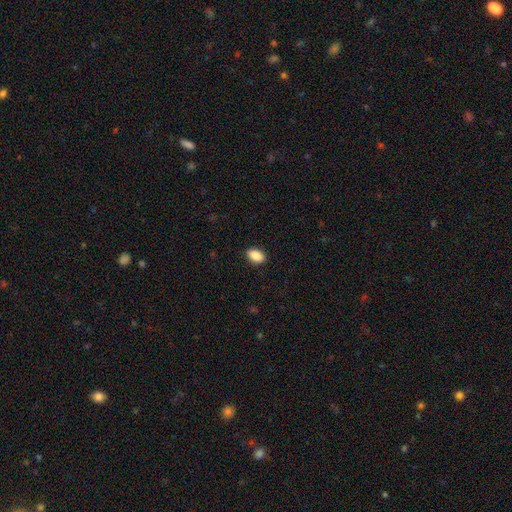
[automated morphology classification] Overall: smooth (89%). How rounded: in between (89%). Merging: none (89%).